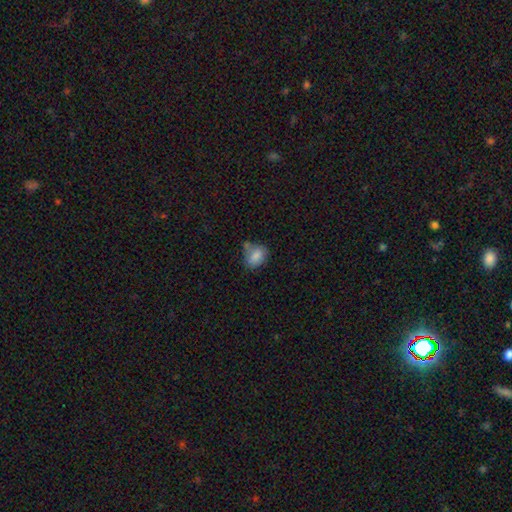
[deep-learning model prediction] smooth 82%, star or artifact 9%, featured or disk 9%. Down the decision tree: how rounded — in between (60%); merging — none (52%).